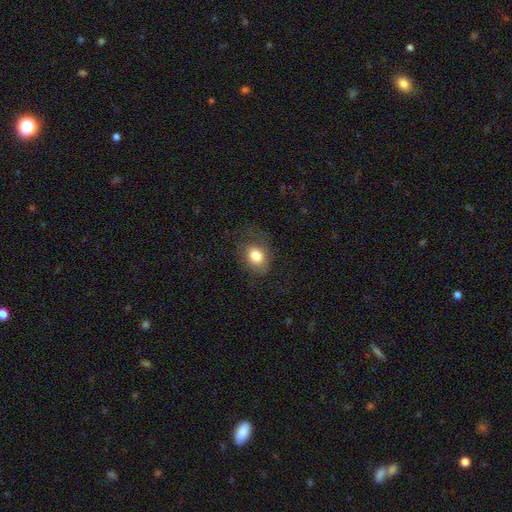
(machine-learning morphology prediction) Smooth or featured: smooth — 78% (featured or disk — 13%)
How rounded: in between — 65% (round — 34%)
Merging: none — 62% (minor disturbance — 21%)